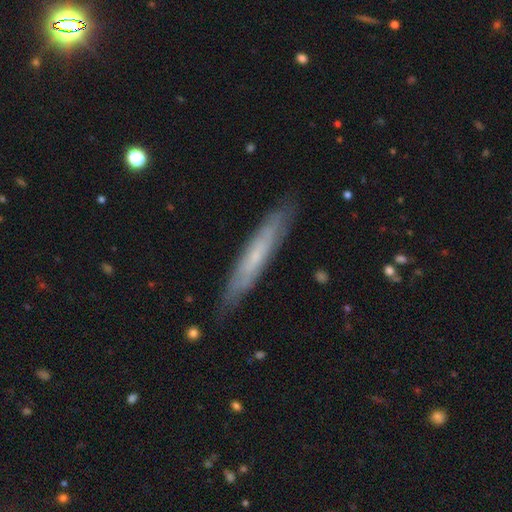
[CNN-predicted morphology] The model was most divided on "smooth or featured": featured or disk: 54%, smooth: 40%, star or artifact: 6%. More confident: merging — none (85%); edge-on disk — yes (74%).